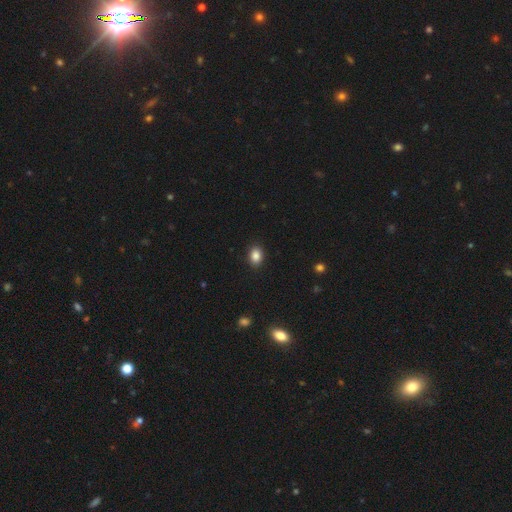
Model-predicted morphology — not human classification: smooth 87%, star or artifact 9%, featured or disk 4%. Down the decision tree: how rounded — in between (69%); merging — none (90%).